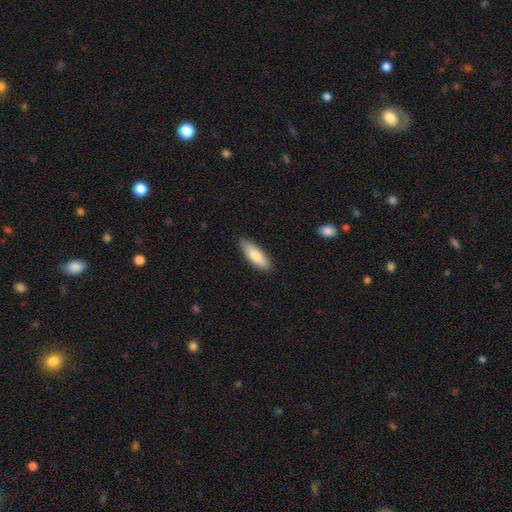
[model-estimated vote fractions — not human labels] Morphology: type=smooth (79%); roundness=in between (56%); merging=none (88%).